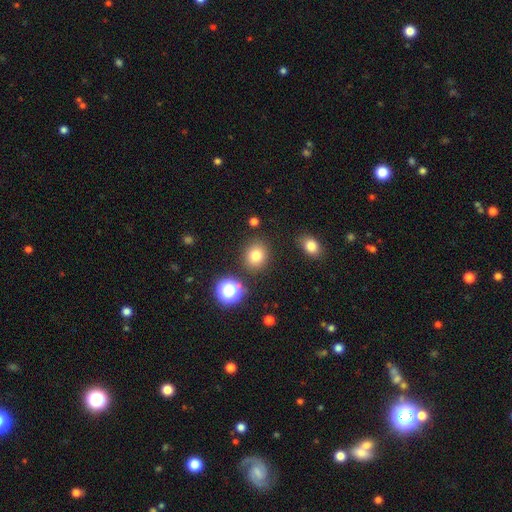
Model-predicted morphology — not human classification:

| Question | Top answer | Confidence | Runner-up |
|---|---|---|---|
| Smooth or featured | smooth | 78% | star or artifact (14%) |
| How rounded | round | 73% | in between (26%) |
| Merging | none | 84% | minor disturbance (9%) |